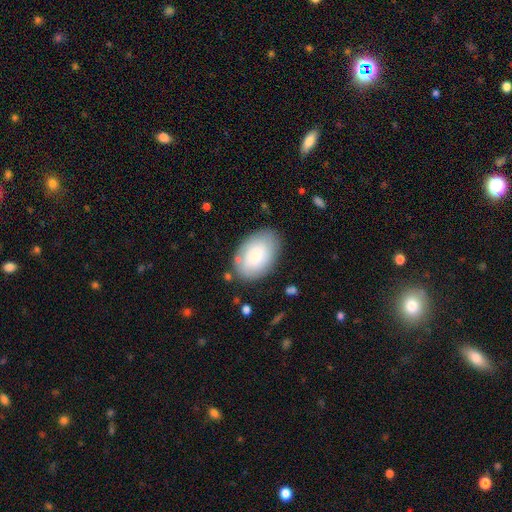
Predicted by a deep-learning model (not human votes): A smooth galaxy with no disk features (72%) that is in between round and cigar-shaped (89%). Merging: none (79%).